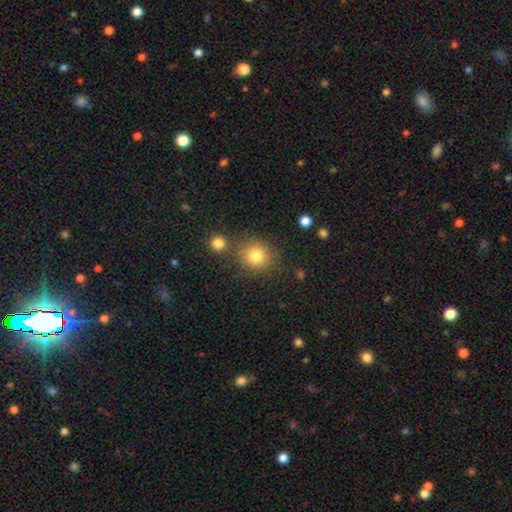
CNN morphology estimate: A smooth galaxy with no disk features (82%) that is round (85%).

Vote fractions:
- Smooth or featured? smooth: 82% / star or artifact: 12% / featured or disk: 7%
- How rounded? round: 85% / in between: 14% / cigar-shaped: 1%
- Merging? none: 77% / merger: 10% / minor disturbance: 10% / major disturbance: 3%